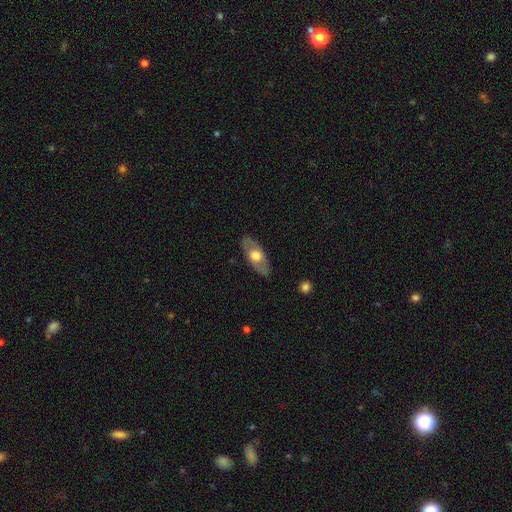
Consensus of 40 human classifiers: A featured or disk galaxy (48%) with no bar (100%), no spiral arms (86%) and a moderate central bulge (57%). Merging: none (86%).